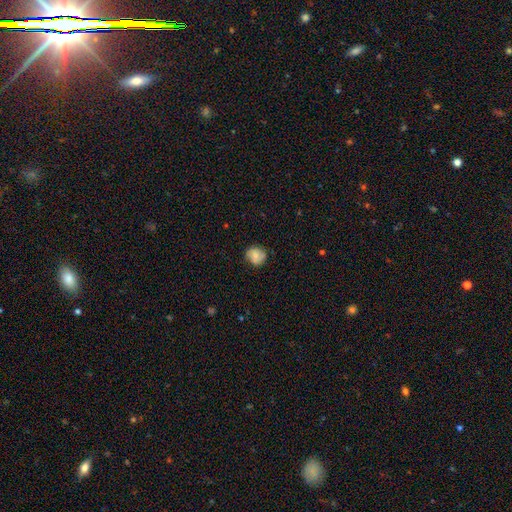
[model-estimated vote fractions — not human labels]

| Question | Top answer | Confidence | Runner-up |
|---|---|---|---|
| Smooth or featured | smooth | 67% | featured or disk (25%) |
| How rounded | round | 74% | in between (25%) |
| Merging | none | 71% | minor disturbance (23%) |